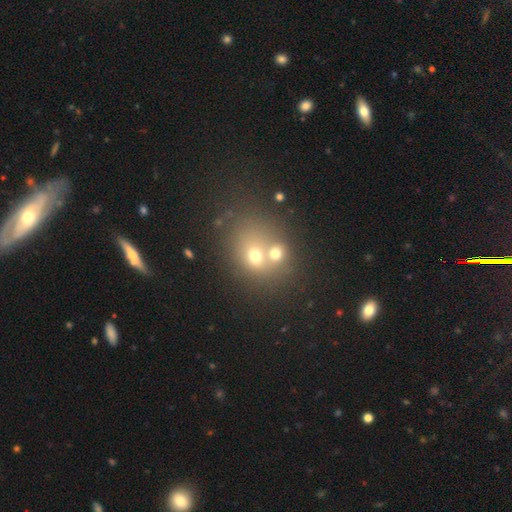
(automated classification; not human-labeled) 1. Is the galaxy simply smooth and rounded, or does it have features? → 59% smooth, 22% featured or disk, 20% star or artifact.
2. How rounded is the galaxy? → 66% round, 34% in between, 1% cigar-shaped.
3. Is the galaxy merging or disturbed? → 54% merger, 34% none, 7% minor disturbance, 5% major disturbance.